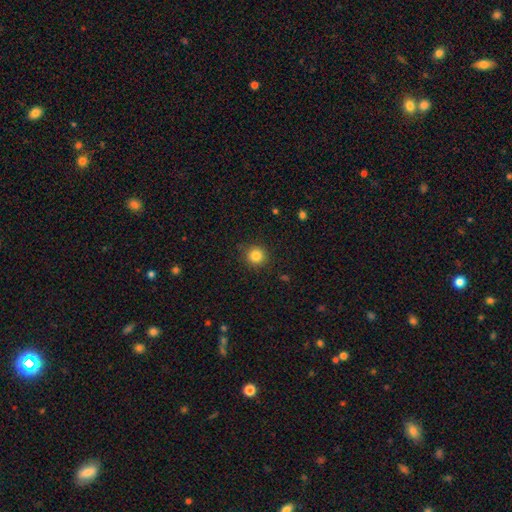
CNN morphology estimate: type=smooth (84%); roundness=round (93%); merging=none (89%).